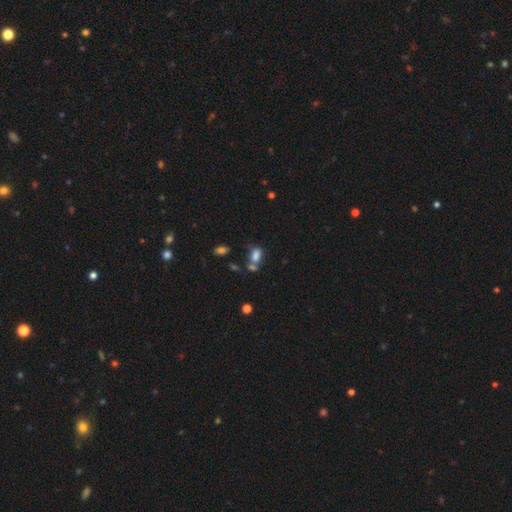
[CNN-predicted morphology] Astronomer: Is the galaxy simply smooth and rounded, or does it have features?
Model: smooth — 77%.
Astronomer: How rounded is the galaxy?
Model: in between — 86%.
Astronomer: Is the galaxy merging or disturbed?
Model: none — 43% (runner-up: merger, 32%).